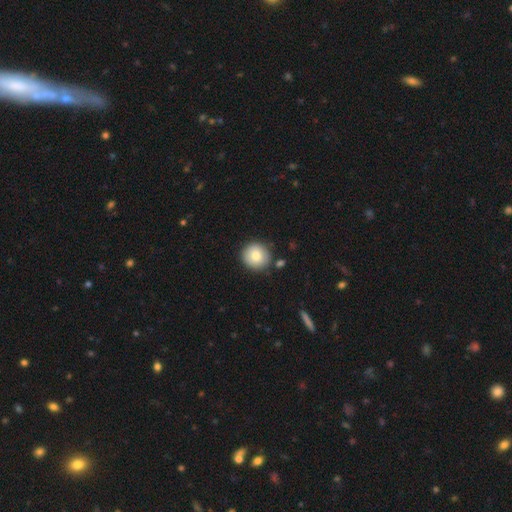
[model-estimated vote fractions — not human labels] A smooth galaxy with no disk features (81%) that is round (92%).

Vote fractions:
- Smooth or featured? smooth: 81% / featured or disk: 11% / star or artifact: 8%
- How rounded? round: 92% / in between: 7% / cigar-shaped: 1%
- Merging? none: 85% / minor disturbance: 9% / merger: 4% / major disturbance: 2%